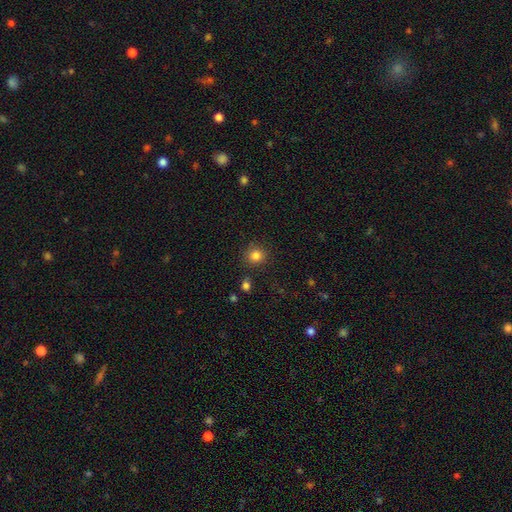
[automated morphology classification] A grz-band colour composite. It shows a smooth galaxy with no disk features (83%) that is round (89%). Merging: none (85%).